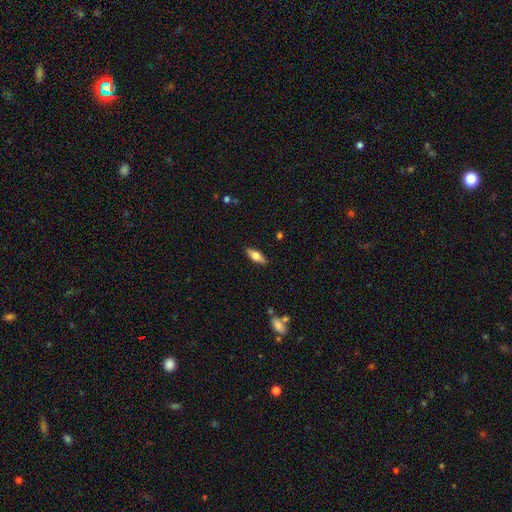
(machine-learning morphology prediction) A smooth galaxy with no disk features (53%) that is in between round and cigar-shaped (61%).

Vote fractions:
- Smooth or featured? smooth: 53% / featured or disk: 40% / star or artifact: 7%
- How rounded? in between: 61% / cigar-shaped: 36% / round: 3%
- Merging? none: 88% / minor disturbance: 9% / major disturbance: 2% / merger: 1%